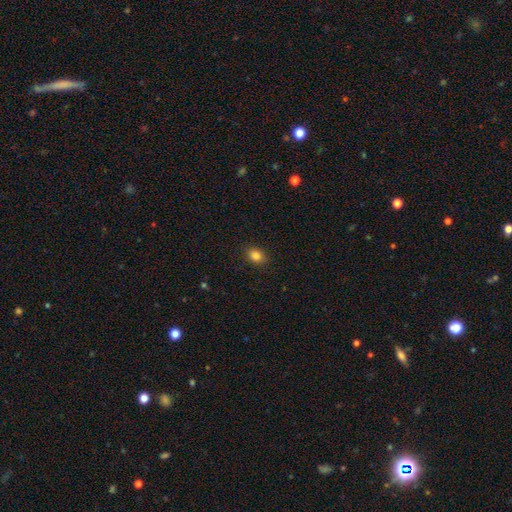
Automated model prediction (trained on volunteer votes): This is clearly a smooth galaxy (84%). How rounded: possibly in between (59%). Merging: clearly none (89%).